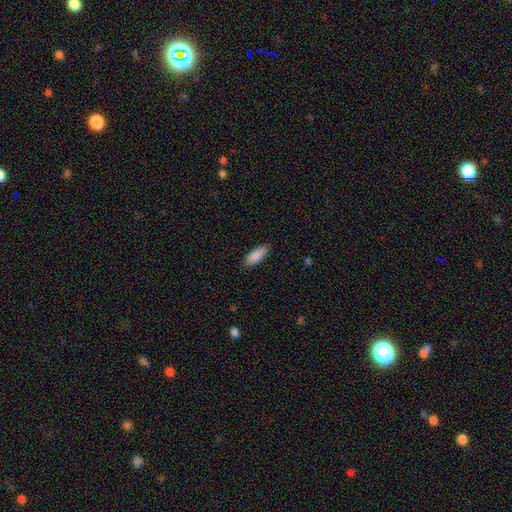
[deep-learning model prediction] Smooth or featured? smooth (89%)
How rounded? in between (72%)
Merging? none (86%)